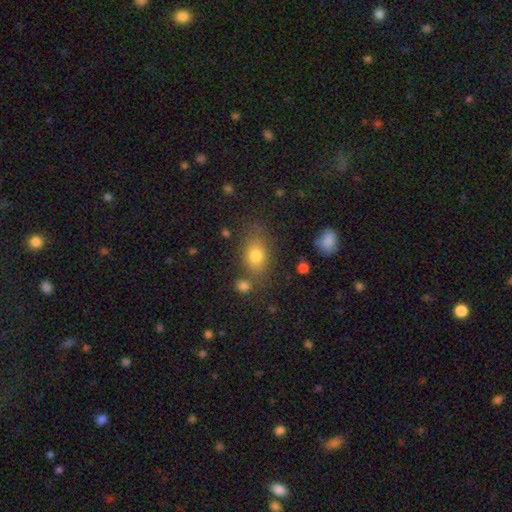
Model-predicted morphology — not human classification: Smooth or featured?
  - smooth: 78% *
  - featured or disk: 11%
  - star or artifact: 11%
How rounded?
  - in between: 78% *
  - round: 20%
  - cigar-shaped: 2%
Merging?
  - none: 69% *
  - minor disturbance: 16%
  - merger: 9%
  - major disturbance: 6%